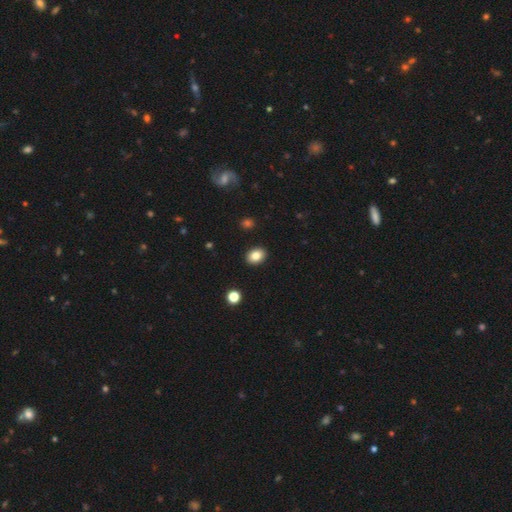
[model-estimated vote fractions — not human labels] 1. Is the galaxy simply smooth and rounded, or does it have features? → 85% smooth, 9% star or artifact, 6% featured or disk.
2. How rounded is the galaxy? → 69% in between, 30% round, 1% cigar-shaped.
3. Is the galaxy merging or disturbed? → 90% none, 7% minor disturbance, 2% major disturbance, 1% merger.